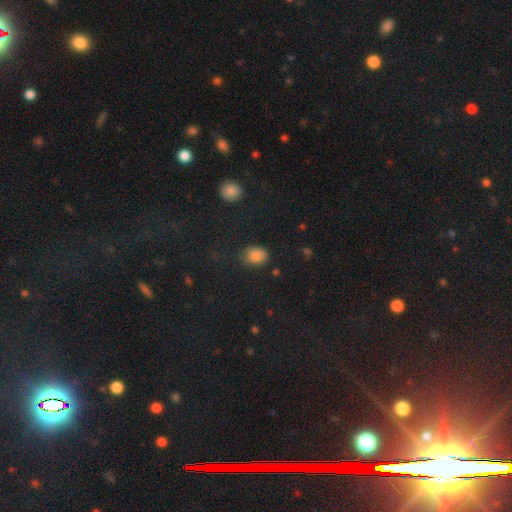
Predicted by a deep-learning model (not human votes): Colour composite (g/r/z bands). It shows a smooth galaxy with no disk features (83%) that is in between round and cigar-shaped (55%). Merging: none (74%).